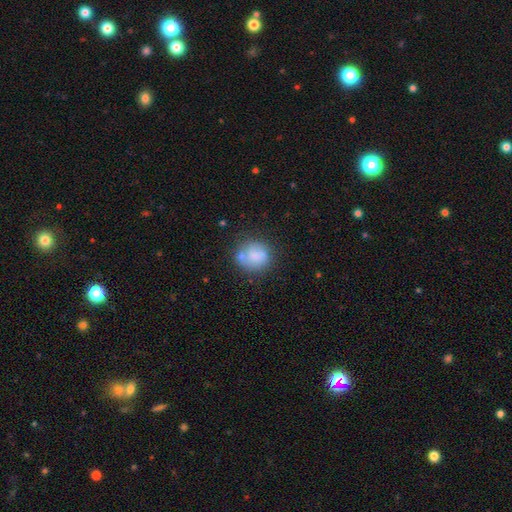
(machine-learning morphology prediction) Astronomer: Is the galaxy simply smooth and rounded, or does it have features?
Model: smooth — 72%.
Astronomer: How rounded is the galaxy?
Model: round — 79%.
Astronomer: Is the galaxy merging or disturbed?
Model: none — 55%.